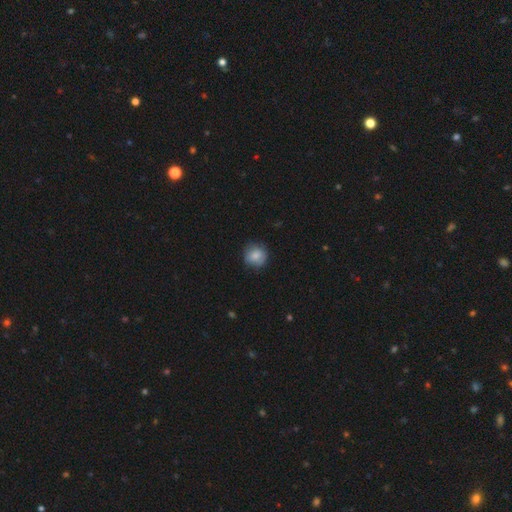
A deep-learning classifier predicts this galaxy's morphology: smooth 80%, featured or disk 12%, star or artifact 8%. Down the decision tree: how rounded — round (86%); merging — none (76%).